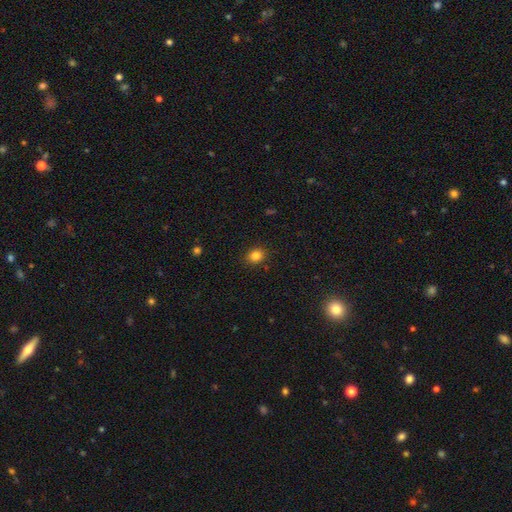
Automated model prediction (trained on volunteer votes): A smooth galaxy with no disk features (83%) that is round (63%). Merging: none (89%).